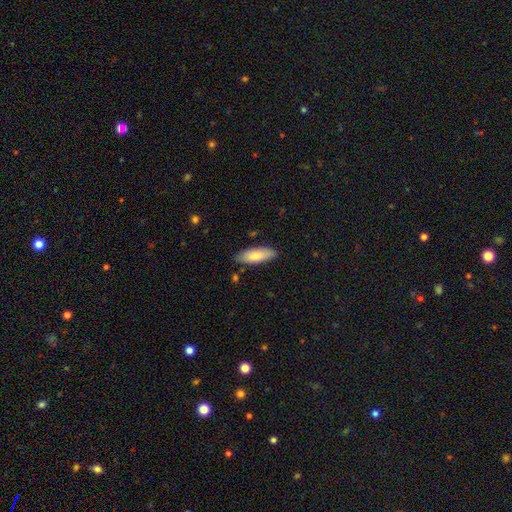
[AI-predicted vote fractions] A smooth galaxy with no disk features (78%) that is in between round and cigar-shaped (66%).

Vote fractions:
- Smooth or featured? smooth: 78% / featured or disk: 17% / star or artifact: 6%
- How rounded? in between: 66% / cigar-shaped: 32% / round: 2%
- Merging? none: 84% / minor disturbance: 12% / major disturbance: 2% / merger: 2%